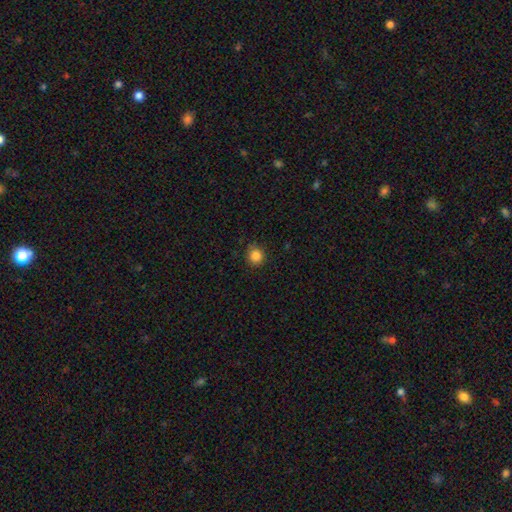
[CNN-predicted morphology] A smooth galaxy with no disk features (85%) that is round (91%).

Vote fractions:
- Smooth or featured? smooth: 85% / star or artifact: 11% / featured or disk: 4%
- How rounded? round: 91% / in between: 8% / cigar-shaped: 1%
- Merging? none: 85% / minor disturbance: 11% / major disturbance: 2% / merger: 1%